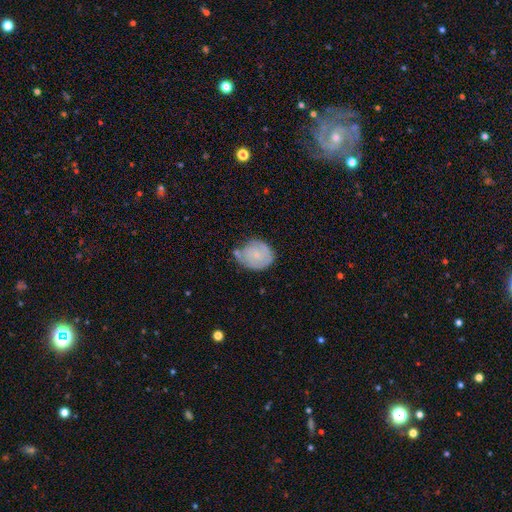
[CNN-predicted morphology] smooth_or_featured: featured or disk (p=0.55) [alt: smooth p=0.38]
disk_edge_on: no (p=0.97) [alt: yes p=0.03]
bar: no (p=0.75) [alt: weak p=0.21]
has_spiral_arms: yes (p=0.81) [alt: no p=0.19]
bulge_size: small (p=0.69) [alt: moderate p=0.16]
merging: none (p=0.56) [alt: minor disturbance p=0.29]